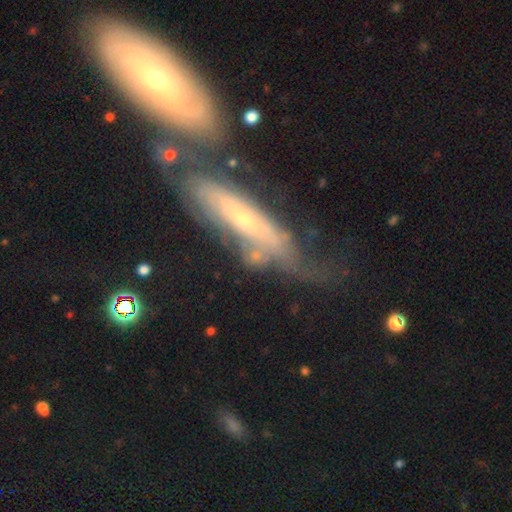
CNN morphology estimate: smooth_or_featured: featured or disk (p=0.54) [alt: smooth p=0.33]
disk_edge_on: no (p=0.61) [alt: yes p=0.39]
merging: none (p=0.55) [alt: minor disturbance p=0.20]